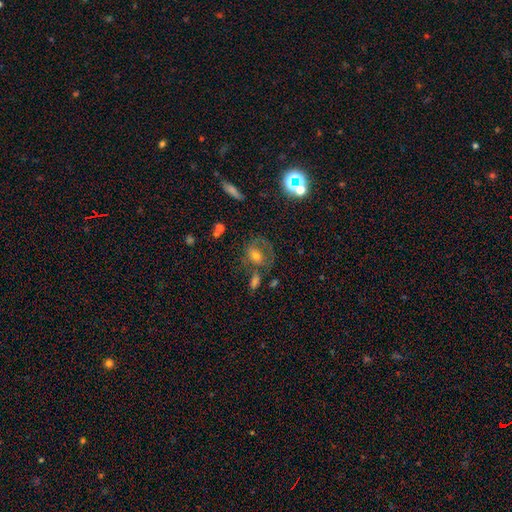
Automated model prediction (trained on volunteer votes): Q: Smooth or featured?
A: featured or disk (49%); runner-up: smooth (25%)
Q: Merging?
A: none (56%); runner-up: minor disturbance (16%)